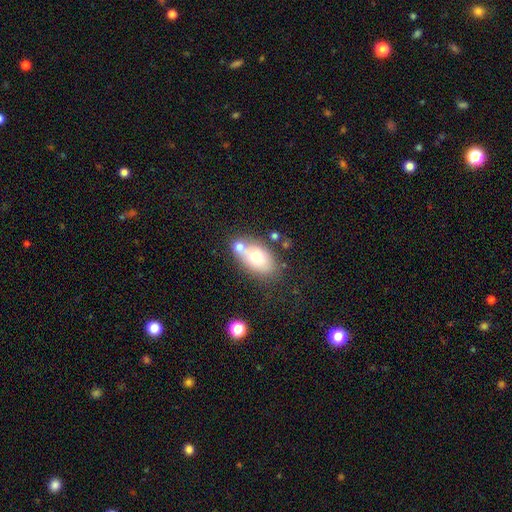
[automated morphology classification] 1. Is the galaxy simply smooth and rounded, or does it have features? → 67% smooth, 24% featured or disk, 9% star or artifact.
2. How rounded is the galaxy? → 87% in between, 10% round, 3% cigar-shaped.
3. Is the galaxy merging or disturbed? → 54% none, 26% merger, 15% minor disturbance, 5% major disturbance.